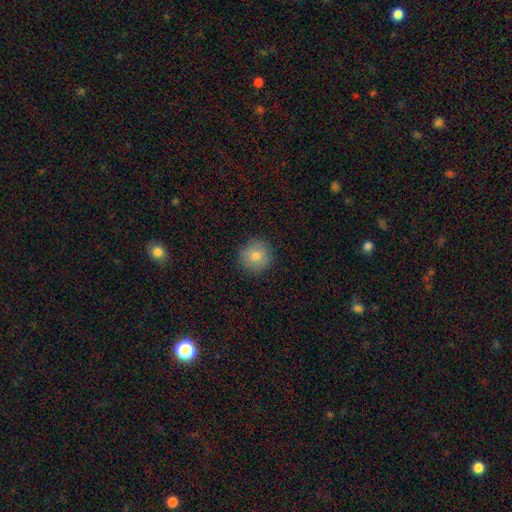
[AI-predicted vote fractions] Overall: smooth (79%). How rounded: round (95%). Merging: none (90%).